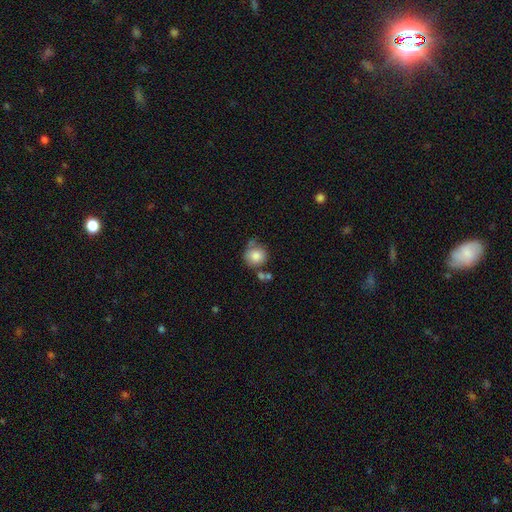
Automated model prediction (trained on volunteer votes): This appears to be a smooth galaxy with no disk features (83%) that is round (89%). Merging: none (58%).